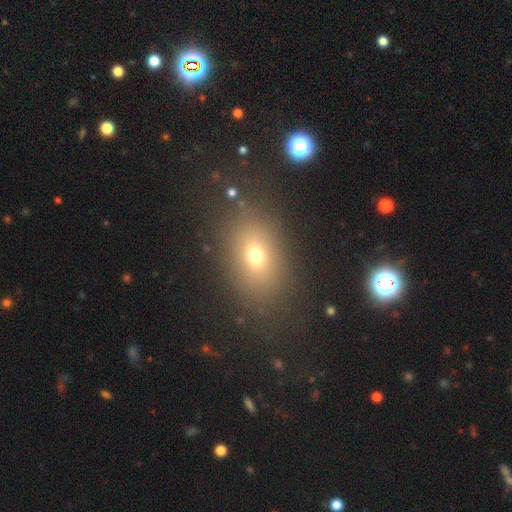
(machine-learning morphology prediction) Smooth or featured? Predicted: smooth (p=0.68). How rounded? Predicted: in between (p=0.72). Merging? Predicted: none (p=0.81).